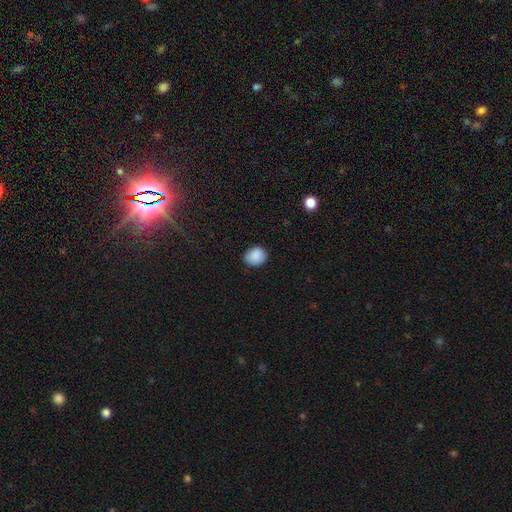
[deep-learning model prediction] Smooth or featured? Predicted: smooth (p=0.88). How rounded? Predicted: round (p=0.57). Merging? Predicted: none (p=0.82).